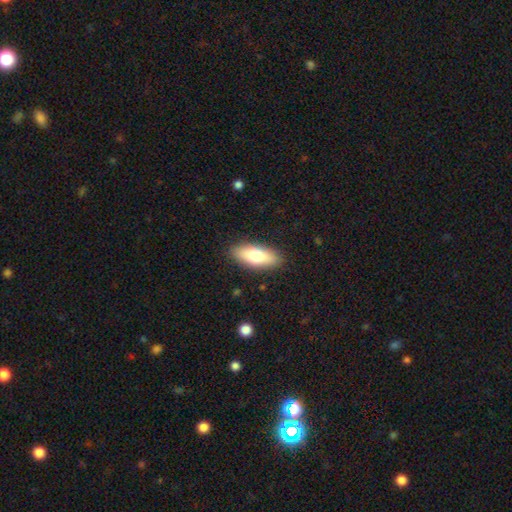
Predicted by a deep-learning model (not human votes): A smooth galaxy with no disk features (72%) that is in between round and cigar-shaped (74%). Merging: none (88%).